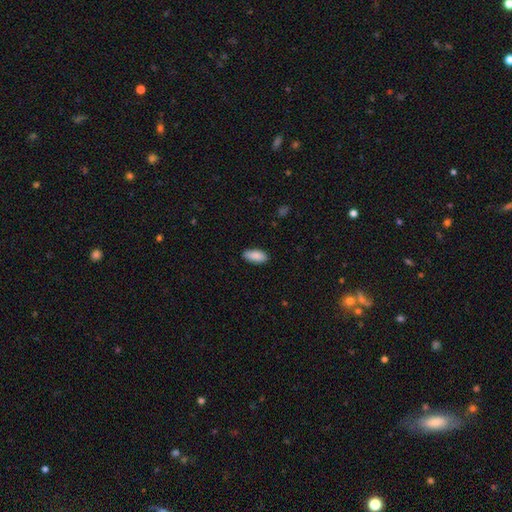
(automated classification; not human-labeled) Overall: smooth (89%). How rounded: in between (89%). Merging: none (86%).